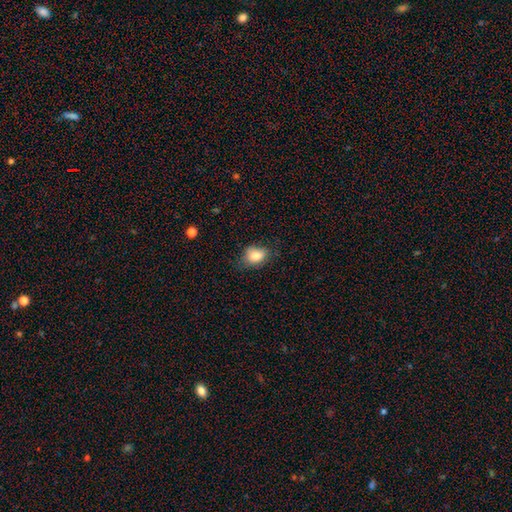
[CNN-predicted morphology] Overall: smooth (84%). How rounded: in between (73%). Merging: none (63%; minor disturbance 27%).